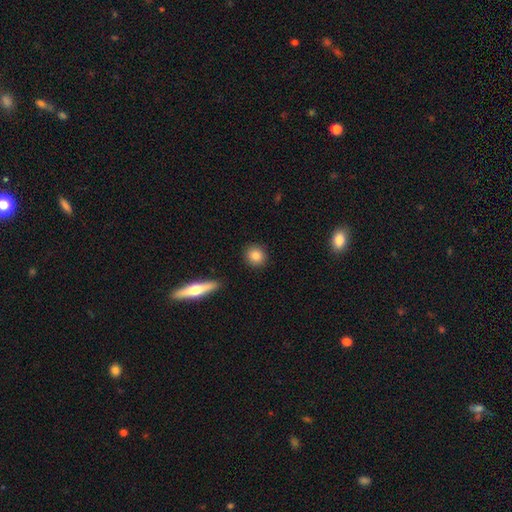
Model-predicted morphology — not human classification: Smooth or featured? Predicted: smooth (p=0.83). How rounded? Predicted: round (p=0.87). Merging? Predicted: none (p=0.90).